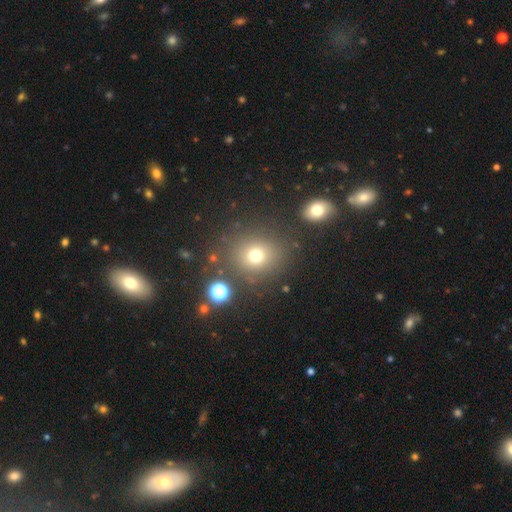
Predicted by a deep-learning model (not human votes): Smooth or featured: smooth — 72% (star or artifact — 18%)
How rounded: round — 80% (in between — 19%)
Merging: none — 80% (minor disturbance — 10%)